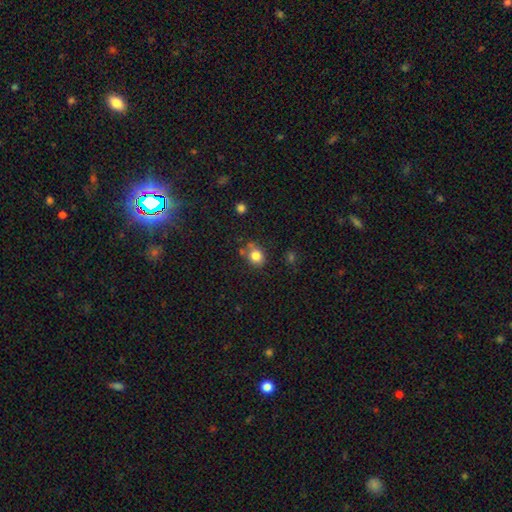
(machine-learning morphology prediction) smooth-or-featured: smooth: 81% | star or artifact: 11% | featured or disk: 8%
  how-rounded: round: 63% | in between: 36% | cigar-shaped: 1%
  merging: none: 65% | minor disturbance: 20% | merger: 10% | major disturbance: 5%